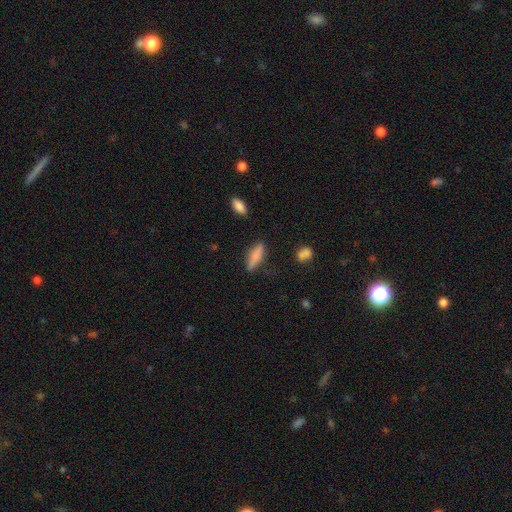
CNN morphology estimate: The model was most divided on "how rounded": cigar-shaped: 59%, in between: 39%, round: 2%. More confident: smooth or featured — smooth (79%); merging — none (76%).